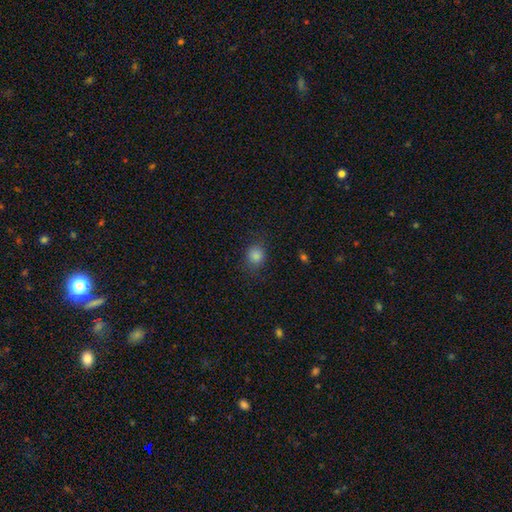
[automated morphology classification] This appears to be a smooth galaxy with no disk features (84%) that is round (79%). Merging: none (80%).